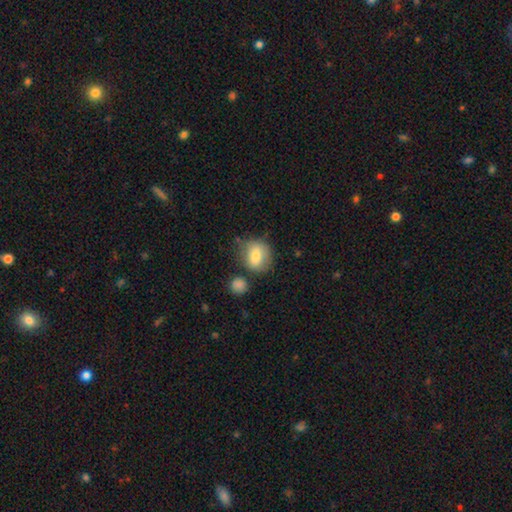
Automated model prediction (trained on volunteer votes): smooth-or-featured: smooth: 75% | featured or disk: 17% | star or artifact: 8%
  how-rounded: round: 57% | in between: 42% | cigar-shaped: 2%
  merging: none: 63% | minor disturbance: 20% | merger: 11% | major disturbance: 7%